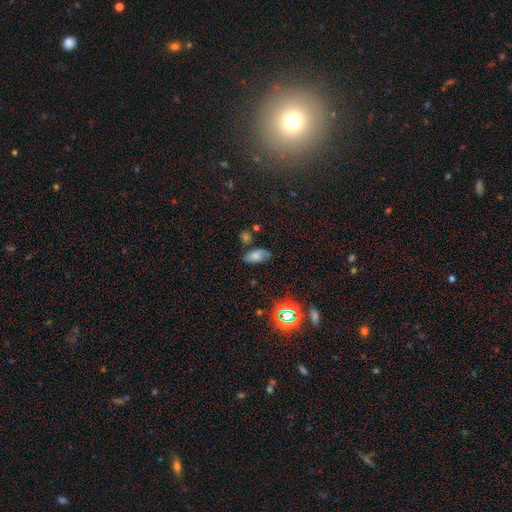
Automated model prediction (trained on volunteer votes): smooth_or_featured: smooth (p=0.60) [alt: featured or disk p=0.21]
how_rounded: in between (p=0.89) [alt: cigar-shaped p=0.06]
merging: none (p=0.60) [alt: minor disturbance p=0.26]